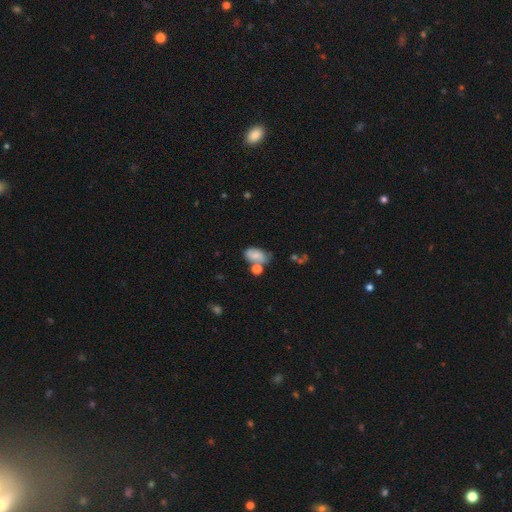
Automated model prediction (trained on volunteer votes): The model was most divided on "merging": none: 43%, merger: 25%, minor disturbance: 23%, major disturbance: 10%. More confident: how rounded — in between (87%); smooth or featured — smooth (65%).